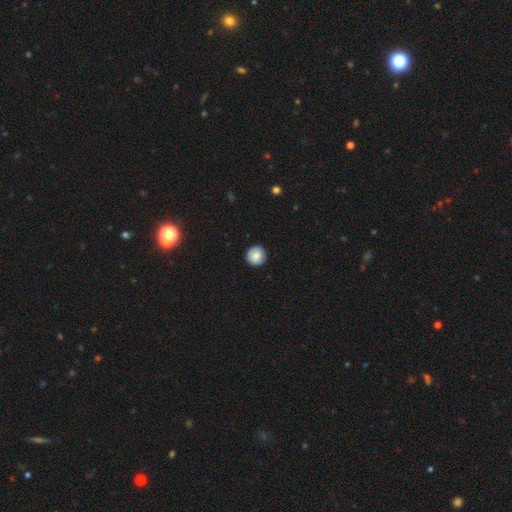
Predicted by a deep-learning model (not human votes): smooth 81%, featured or disk 11%, star or artifact 8%. Down the decision tree: how rounded — round (94%); merging — none (90%).